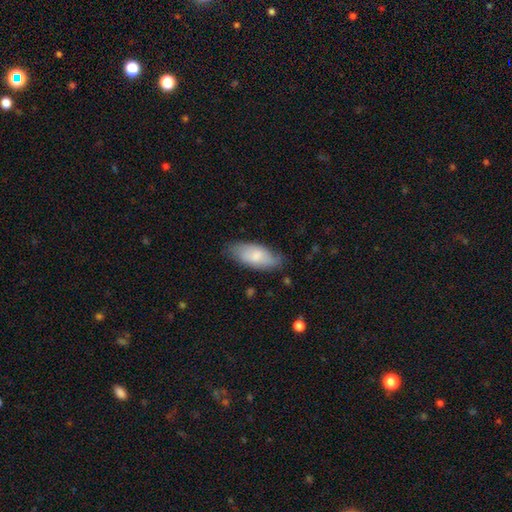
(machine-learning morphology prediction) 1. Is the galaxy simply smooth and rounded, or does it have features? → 72% smooth, 22% featured or disk, 6% star or artifact.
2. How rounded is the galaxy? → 87% in between, 11% cigar-shaped, 2% round.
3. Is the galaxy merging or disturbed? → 72% none, 22% minor disturbance, 4% major disturbance, 1% merger.